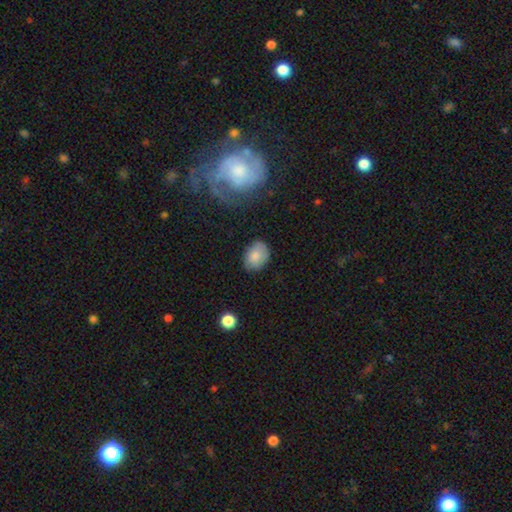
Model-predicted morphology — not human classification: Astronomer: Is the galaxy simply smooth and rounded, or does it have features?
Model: smooth — 81%.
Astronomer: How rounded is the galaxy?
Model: in between — 75%.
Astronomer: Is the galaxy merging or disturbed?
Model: none — 75%.